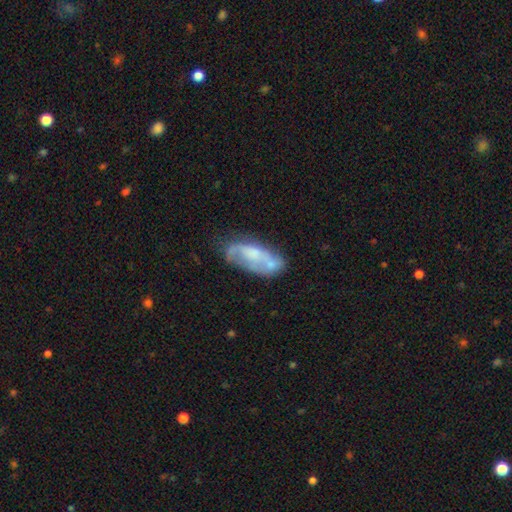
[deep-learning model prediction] This is possibly a featured or disk galaxy (54%). It is clearly not viewed edge-on (89%). Merging: marginally none (44%).